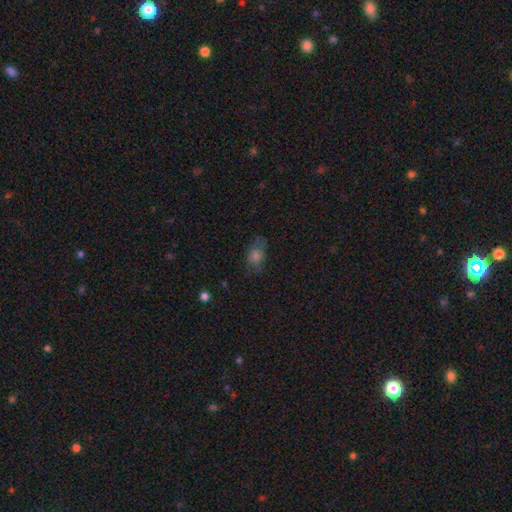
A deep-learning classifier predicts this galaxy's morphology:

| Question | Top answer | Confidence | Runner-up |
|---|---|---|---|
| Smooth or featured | smooth | 66% | featured or disk (19%) |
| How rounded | in between | 73% | round (23%) |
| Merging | none | 67% | minor disturbance (22%) |